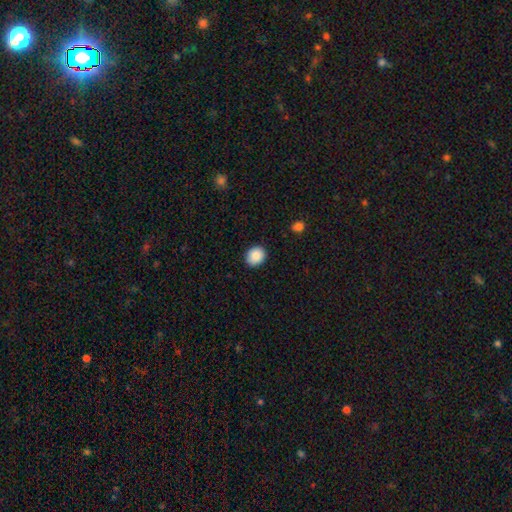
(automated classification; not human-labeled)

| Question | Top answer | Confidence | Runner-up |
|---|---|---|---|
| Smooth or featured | smooth | 88% | star or artifact (8%) |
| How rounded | round | 68% | in between (31%) |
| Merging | none | 90% | minor disturbance (7%) |